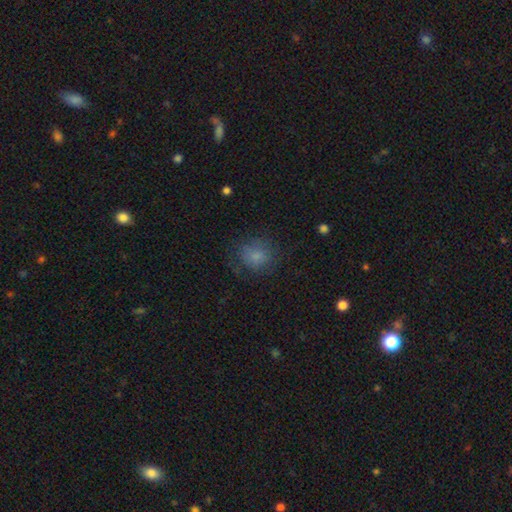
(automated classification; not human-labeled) Q: Smooth or featured?
A: smooth (79%); runner-up: star or artifact (11%)
Q: How rounded?
A: round (79%); runner-up: in between (20%)
Q: Merging?
A: none (71%); runner-up: minor disturbance (18%)